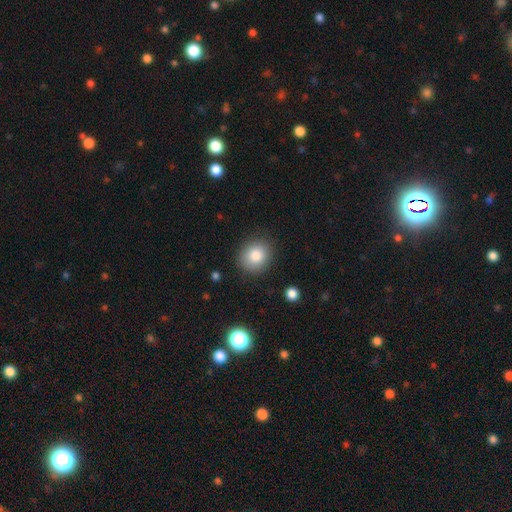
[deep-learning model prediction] smooth 83%, star or artifact 9%, featured or disk 7%. Down the decision tree: how rounded — round (75%); merging — none (85%).